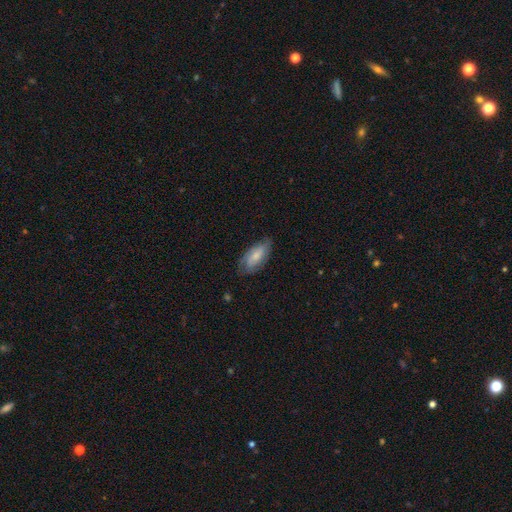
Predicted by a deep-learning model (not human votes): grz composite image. It shows a smooth galaxy with no disk features (65%) that is in between round and cigar-shaped (84%). Merging: none (71%).